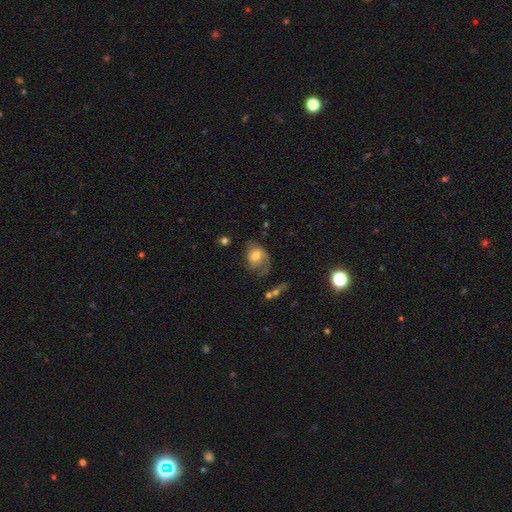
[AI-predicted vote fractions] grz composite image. It shows a featured or disk galaxy (54%) with no bar (58%), spiral arms (80%) and a moderate central bulge (60%). Merging: none (42%).